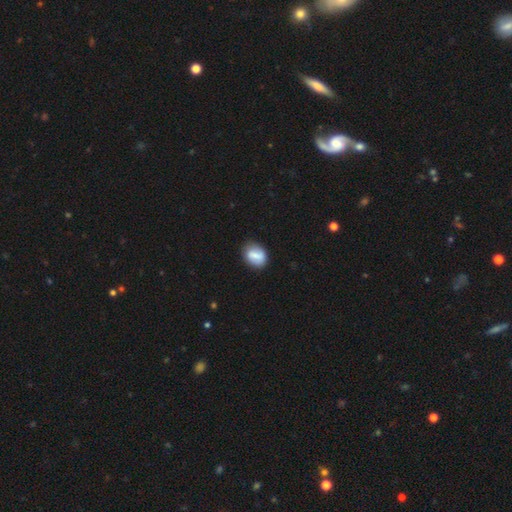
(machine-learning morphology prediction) smooth_or_featured: smooth (p=0.72) [alt: featured or disk p=0.20]
how_rounded: in between (p=0.67) [alt: round p=0.31]
merging: none (p=0.78) [alt: minor disturbance p=0.16]